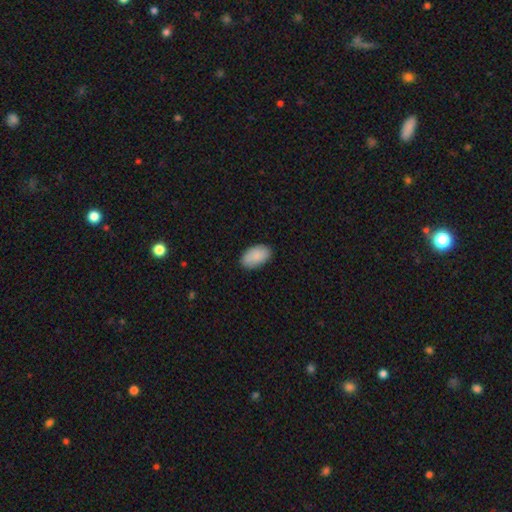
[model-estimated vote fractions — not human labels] A smooth galaxy with no disk features (87%) that is in between round and cigar-shaped (94%). Merging: none (86%).